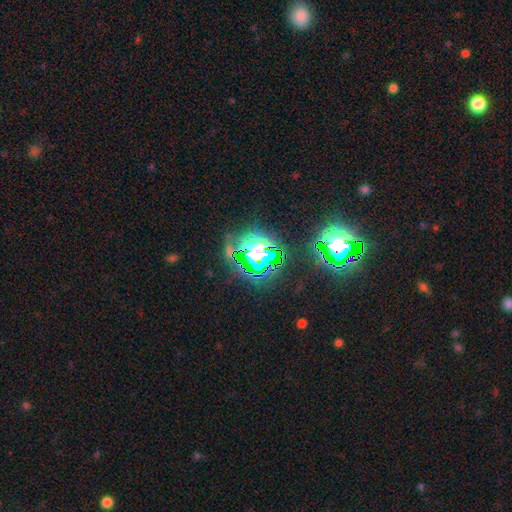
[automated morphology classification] smooth_or_featured: star or artifact (p=0.77) [alt: smooth p=0.13]